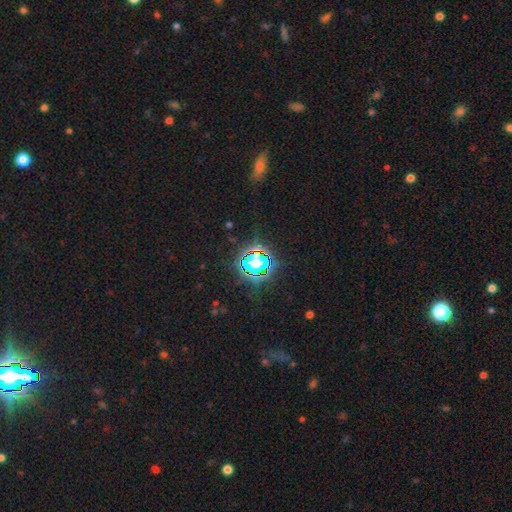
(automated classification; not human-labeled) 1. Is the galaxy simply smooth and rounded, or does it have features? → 72% star or artifact, 17% smooth, 11% featured or disk.